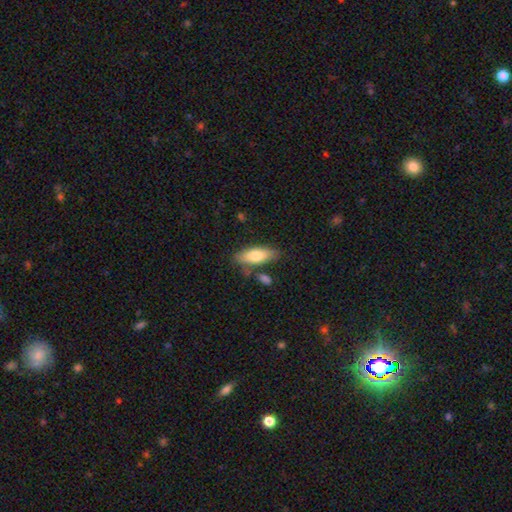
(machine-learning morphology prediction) The model was most divided on "how rounded": in between: 70%, cigar-shaped: 27%, round: 2%. More confident: smooth or featured — smooth (73%); merging — none (71%).